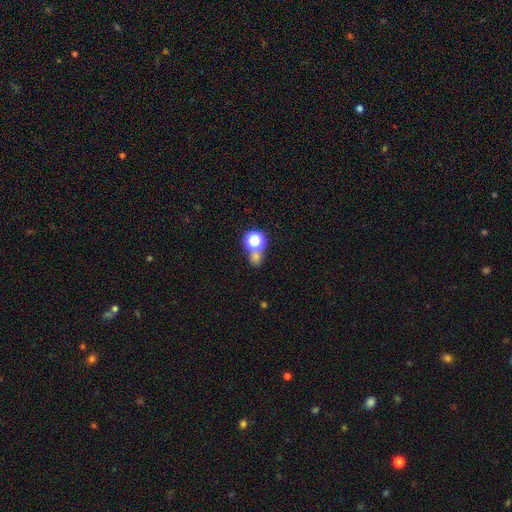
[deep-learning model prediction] Smooth or featured?
  - smooth: 57% *
  - star or artifact: 34%
  - featured or disk: 10%
How rounded?
  - round: 77% *
  - in between: 21%
  - cigar-shaped: 2%
Merging?
  - none: 53% *
  - merger: 33%
  - minor disturbance: 8%
  - major disturbance: 6%